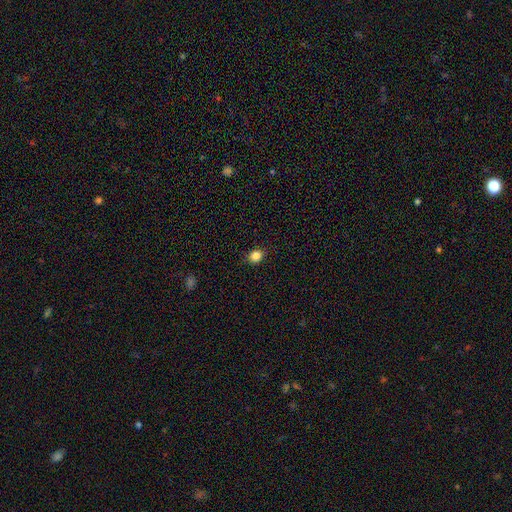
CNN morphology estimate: Smooth or featured? Predicted: smooth (p=0.84). How rounded? Predicted: round (p=0.64). Merging? Predicted: none (p=0.88).